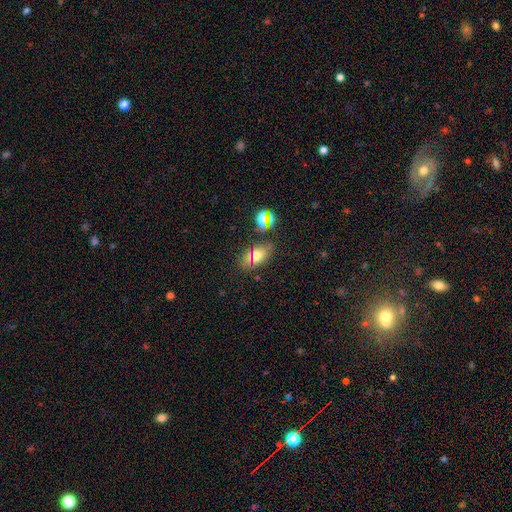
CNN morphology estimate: smooth_or_featured: smooth (p=0.63) [alt: star or artifact p=0.23]
how_rounded: in between (p=0.83) [alt: round p=0.14]
merging: none (p=0.77) [alt: minor disturbance p=0.13]